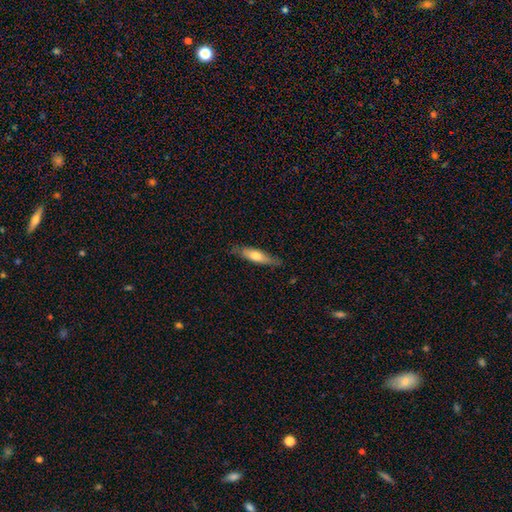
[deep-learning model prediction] A smooth galaxy with no disk features (62%) that is cigar-shaped (65%).

Vote fractions:
- Smooth or featured? smooth: 62% / featured or disk: 32% / star or artifact: 6%
- How rounded? cigar-shaped: 65% / in between: 33% / round: 2%
- Merging? none: 78% / minor disturbance: 18% / major disturbance: 3% / merger: 1%